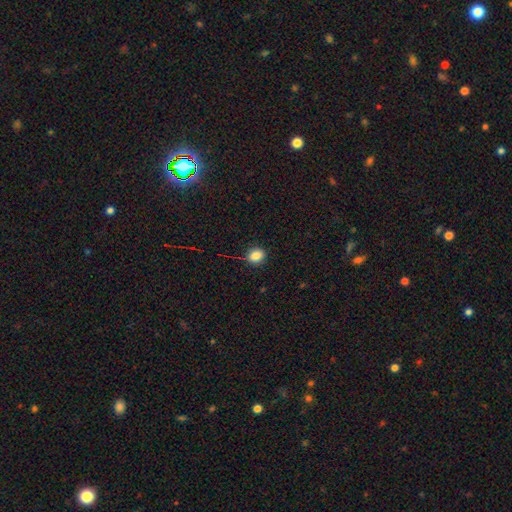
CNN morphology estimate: Smooth or featured?
  - smooth: 85% *
  - star or artifact: 10%
  - featured or disk: 5%
How rounded?
  - round: 59% *
  - in between: 40%
  - cigar-shaped: 1%
Merging?
  - none: 86% *
  - minor disturbance: 11%
  - major disturbance: 2%
  - merger: 1%